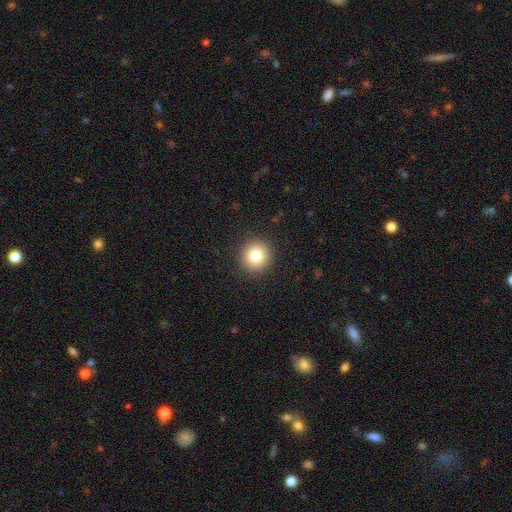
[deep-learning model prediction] A smooth galaxy with no disk features (81%) that is round (94%).

Vote fractions:
- Smooth or featured? smooth: 81% / star or artifact: 11% / featured or disk: 8%
- How rounded? round: 94% / in between: 5% / cigar-shaped: 1%
- Merging? none: 92% / minor disturbance: 5% / major disturbance: 2% / merger: 1%